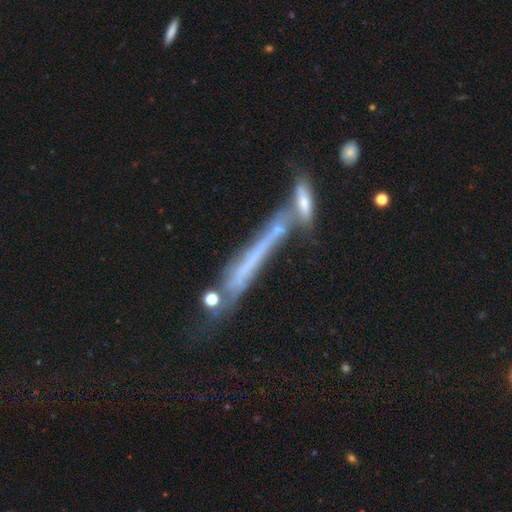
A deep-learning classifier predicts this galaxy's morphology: A featured or disk galaxy (55%) viewed edge-on (79%).

Vote fractions:
- Smooth or featured? featured or disk: 55% / smooth: 27% / star or artifact: 17%
- Edge-on disk? yes: 79% / no: 21%
- Merging? none: 39% / merger: 36% / minor disturbance: 14% / major disturbance: 11%